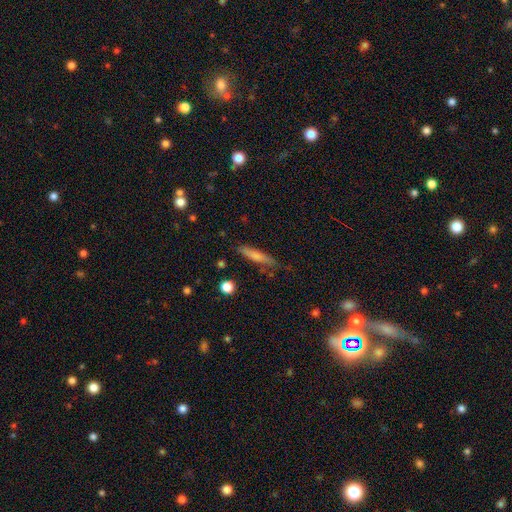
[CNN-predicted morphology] This is likely a smooth galaxy (70%). How rounded: clearly cigar-shaped (86%). Merging: likely none (77%).